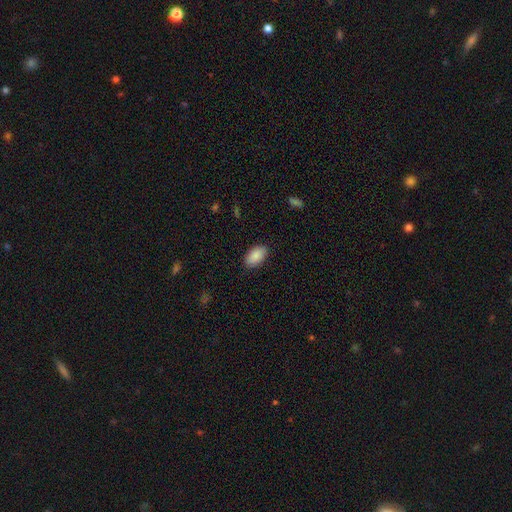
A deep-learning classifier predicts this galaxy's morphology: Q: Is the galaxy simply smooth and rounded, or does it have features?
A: smooth — 88%.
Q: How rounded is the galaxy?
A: in between — 94%.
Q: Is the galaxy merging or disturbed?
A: none — 87%.